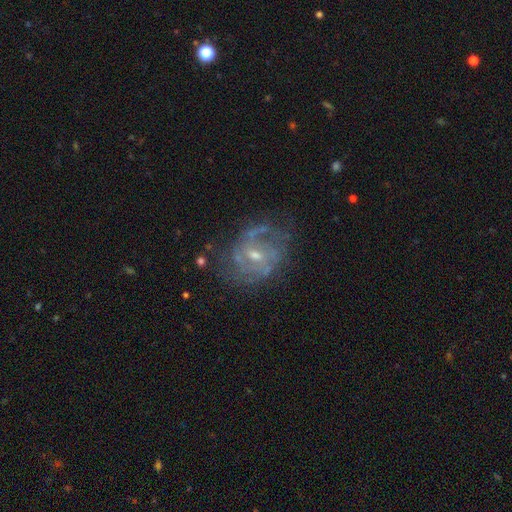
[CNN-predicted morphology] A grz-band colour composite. It shows a featured or disk galaxy (83%) with a weak bar (54%), 2 (45%) medium (45%) spiral arms (85%) and a small central bulge (48%). Merging: none (61%).